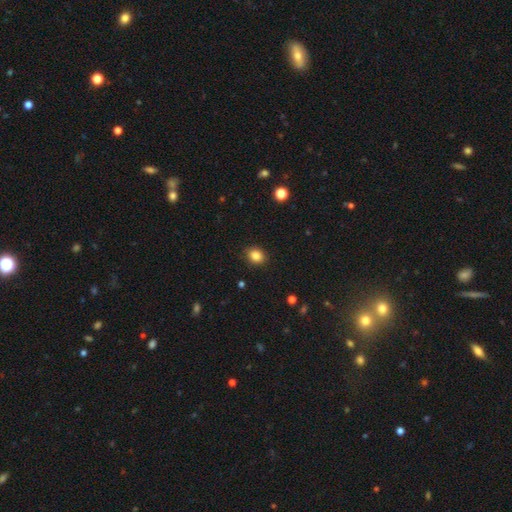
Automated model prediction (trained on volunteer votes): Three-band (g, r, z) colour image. It shows a smooth galaxy with no disk features (85%) that is round (57%). Merging: none (89%).